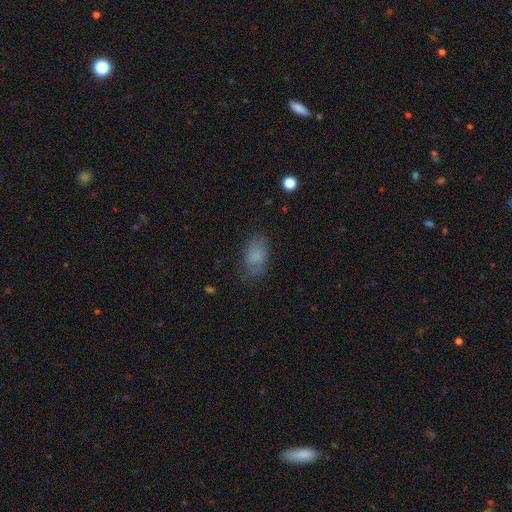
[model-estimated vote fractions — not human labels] Q: Smooth or featured?
A: smooth (78%); runner-up: featured or disk (12%)
Q: How rounded?
A: in between (90%); runner-up: round (7%)
Q: Merging?
A: none (69%); runner-up: minor disturbance (21%)